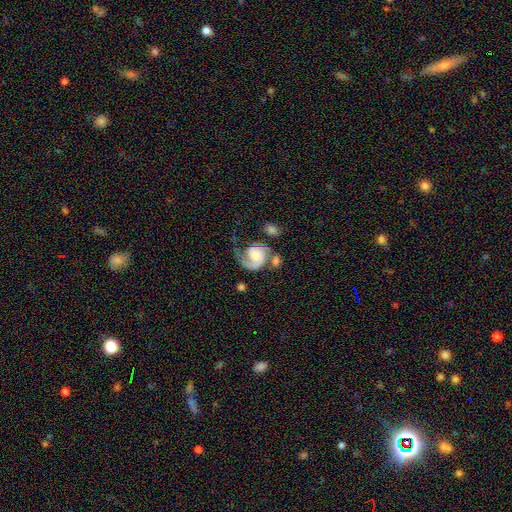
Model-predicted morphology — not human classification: smooth-or-featured: featured or disk: 83% | smooth: 11% | star or artifact: 5%
  disk-edge-on: no: 98% | yes: 2%
    bar: no: 70% | weak: 25% | strong: 6%
    has-spiral-arms: yes: 96% | no: 4%
      spiral-winding: medium: 44% | tight: 31% | loose: 25%
      spiral-arm-count: 1: 48% | 2: 45% | can't tell: 4% | 3: 2% | 4: 1% | more than 4: 1%
    bulge-size: moderate: 40% | small: 36% | large: 12% | none: 9% | dominant: 3%
  merging: none: 37% | major disturbance: 28% | minor disturbance: 18% | merger: 17%